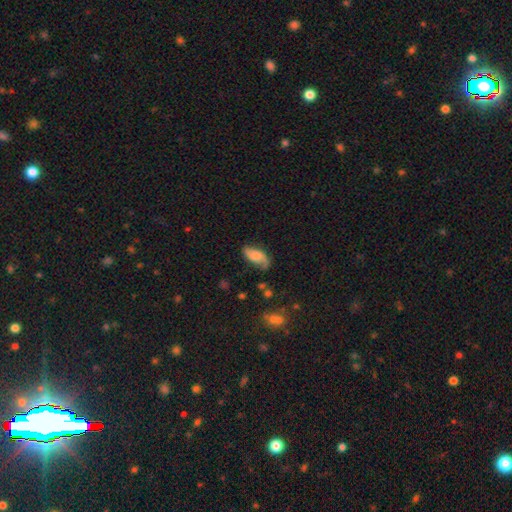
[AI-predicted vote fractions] smooth 47%, featured or disk 45%, star or artifact 8%. Down the decision tree: merging — none (69%).